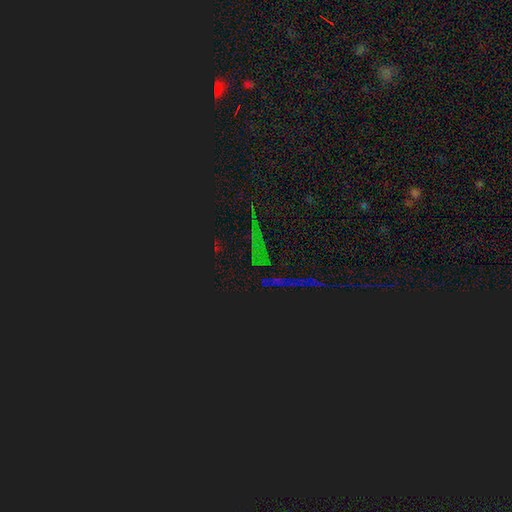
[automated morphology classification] The model was most divided on "smooth or featured": star or artifact: 82%, smooth: 10%, featured or disk: 8%.